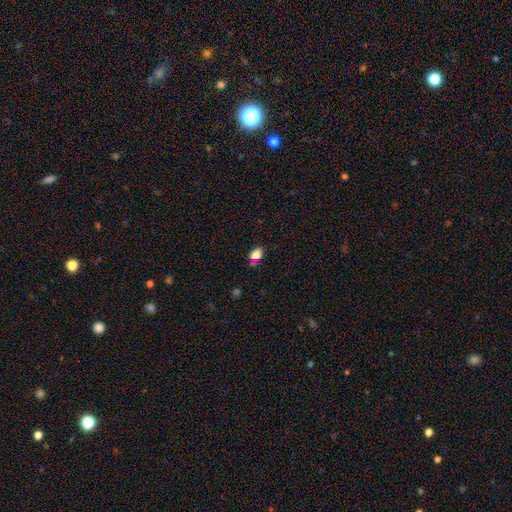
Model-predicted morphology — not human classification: smooth_or_featured: smooth (p=0.80) [alt: star or artifact p=0.15]
how_rounded: in between (p=0.81) [alt: round p=0.17]
merging: none (p=0.74) [alt: minor disturbance p=0.17]